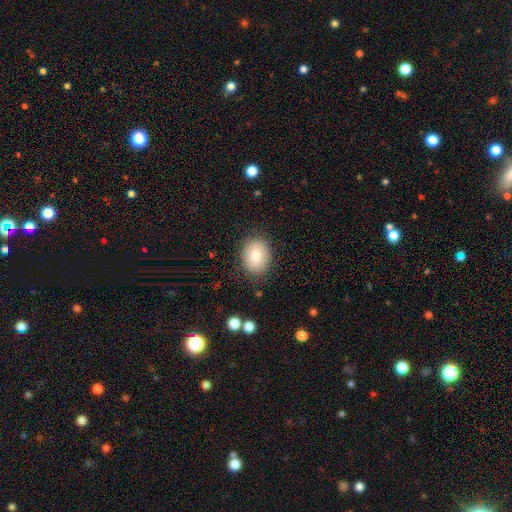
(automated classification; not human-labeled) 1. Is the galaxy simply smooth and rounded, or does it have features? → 80% smooth, 12% featured or disk, 8% star or artifact.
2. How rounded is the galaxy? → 66% in between, 34% round, 1% cigar-shaped.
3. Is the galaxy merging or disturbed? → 84% none, 12% minor disturbance, 3% major disturbance, 1% merger.